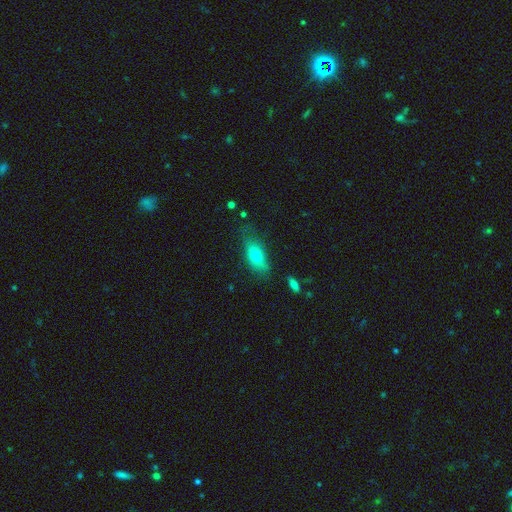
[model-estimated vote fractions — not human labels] Smooth or featured: smooth — 72% (featured or disk — 19%)
How rounded: in between — 76% (cigar-shaped — 20%)
Merging: none — 66% (minor disturbance — 24%)